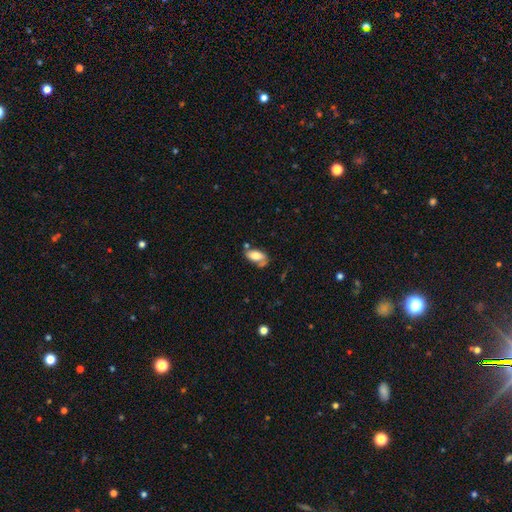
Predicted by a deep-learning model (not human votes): Smooth or featured: smooth — 71% (featured or disk — 21%)
How rounded: in between — 92% (cigar-shaped — 5%)
Merging: none — 48% (minor disturbance — 25%)